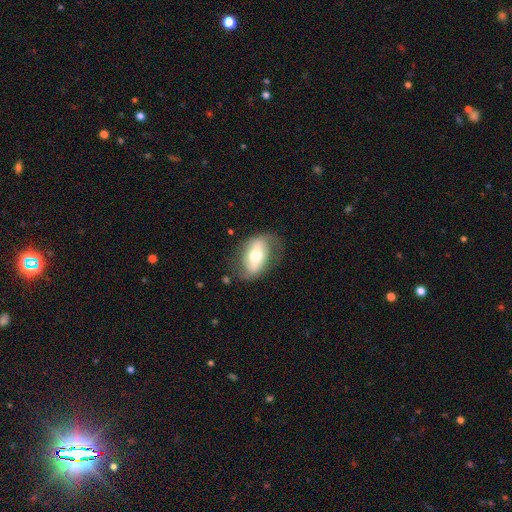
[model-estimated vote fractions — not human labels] Morphology: type=featured or disk (52%); edge-on=no (85%); merging=none (65%).